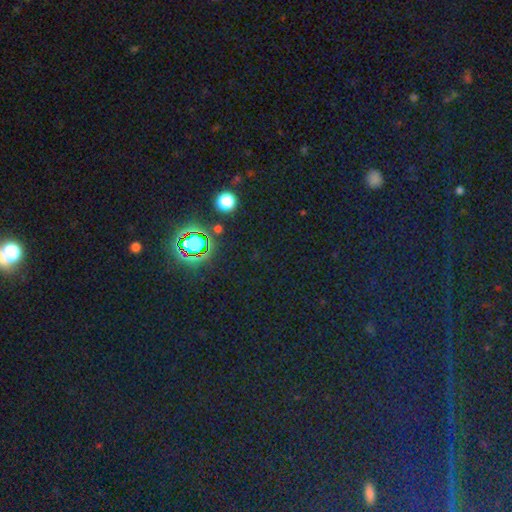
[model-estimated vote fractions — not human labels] Smooth or featured? star or artifact (81%)